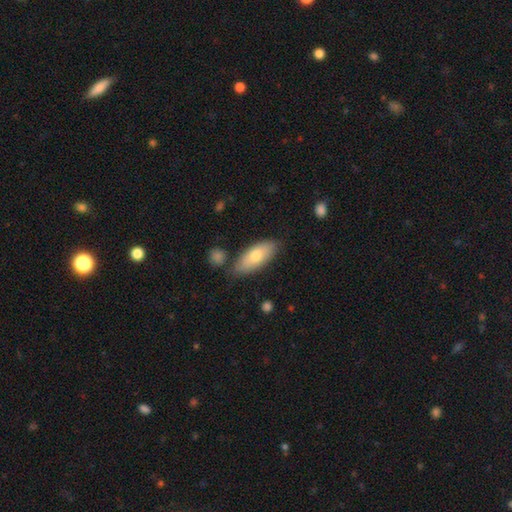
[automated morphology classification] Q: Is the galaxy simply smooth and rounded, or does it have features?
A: smooth — 73%.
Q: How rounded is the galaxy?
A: in between — 80%.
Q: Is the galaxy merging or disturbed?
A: none — 77%.